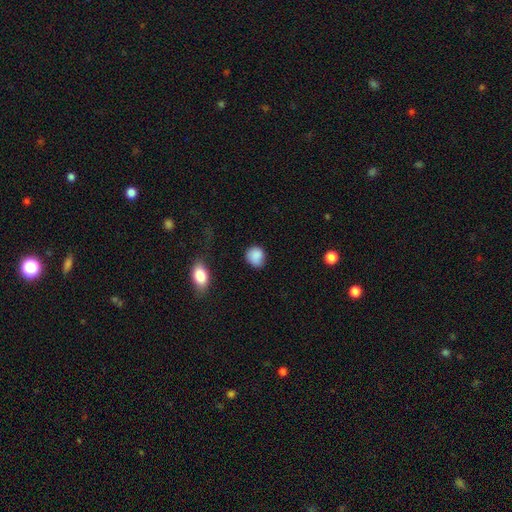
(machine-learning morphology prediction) This is clearly a smooth galaxy (88%). How rounded: likely round (77%). Merging: likely none (78%).